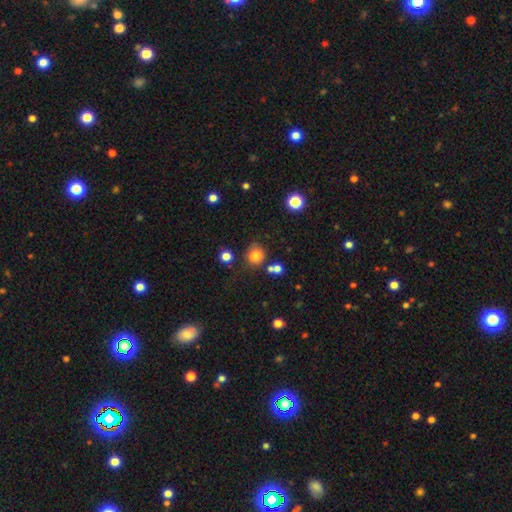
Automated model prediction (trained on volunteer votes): Smooth or featured: smooth — 81% (star or artifact — 12%)
How rounded: round — 82% (in between — 17%)
Merging: none — 72% (minor disturbance — 14%)